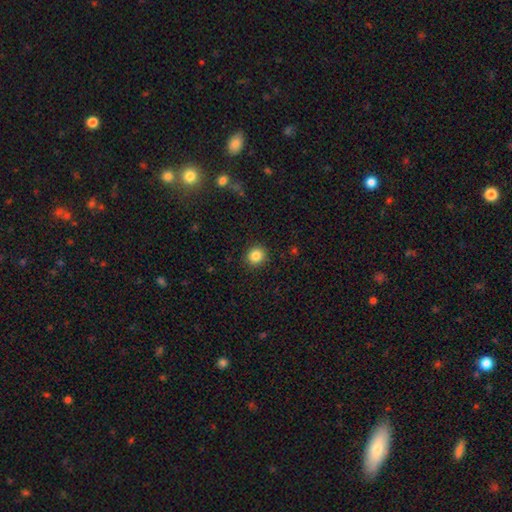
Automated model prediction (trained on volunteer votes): This appears to be a smooth galaxy with no disk features (85%) that is round (86%). Merging: none (91%).